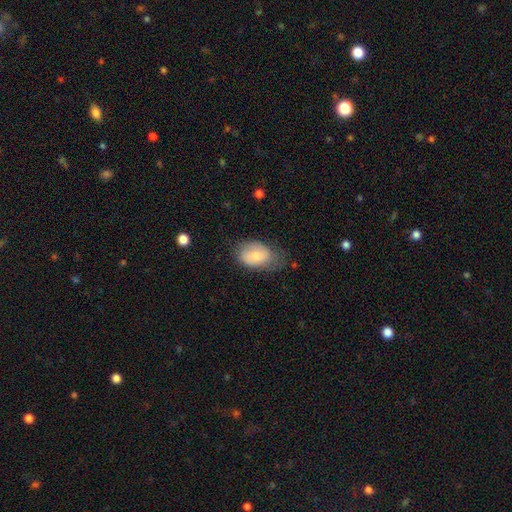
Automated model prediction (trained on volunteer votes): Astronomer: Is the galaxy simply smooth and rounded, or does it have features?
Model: smooth — 72%.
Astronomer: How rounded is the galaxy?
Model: in between — 88%.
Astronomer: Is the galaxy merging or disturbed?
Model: none — 51% (runner-up: minor disturbance, 34%).